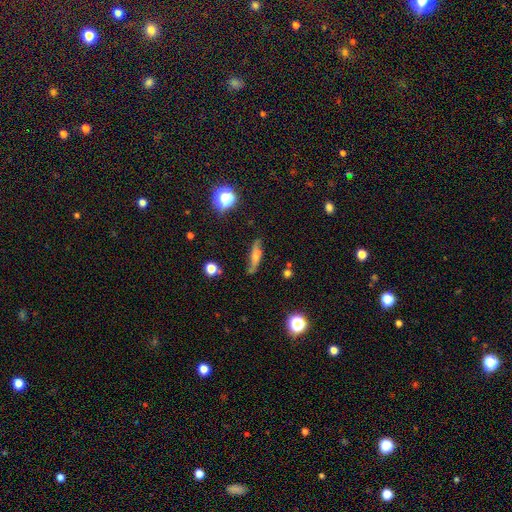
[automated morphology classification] Smooth or featured?
  - featured or disk: 50% *
  - smooth: 40%
  - star or artifact: 11%
Merging?
  - none: 70% *
  - minor disturbance: 21%
  - major disturbance: 6%
  - merger: 3%